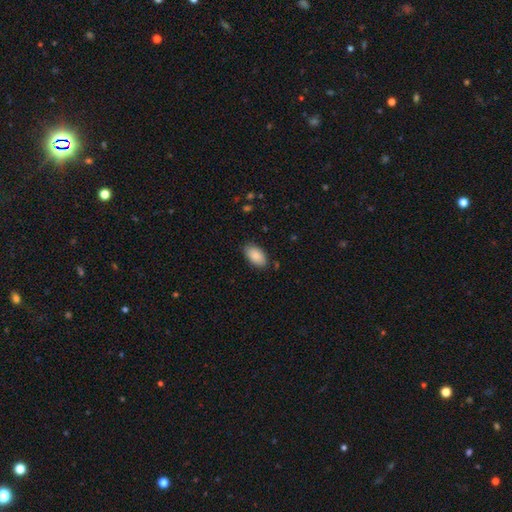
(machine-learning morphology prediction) Smooth or featured?
  - smooth: 87% *
  - featured or disk: 7%
  - star or artifact: 7%
How rounded?
  - in between: 95% *
  - round: 3%
  - cigar-shaped: 2%
Merging?
  - none: 85% *
  - minor disturbance: 11%
  - major disturbance: 2%
  - merger: 1%